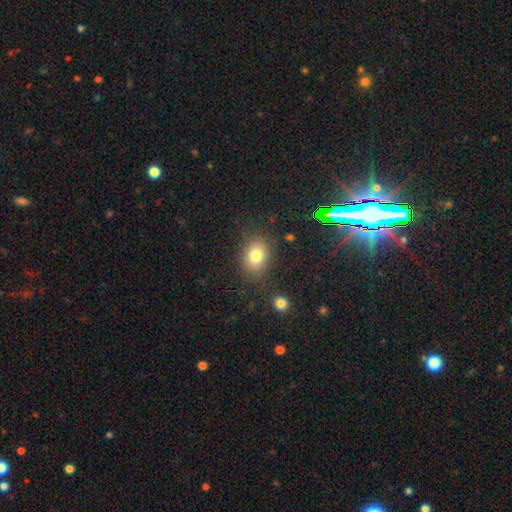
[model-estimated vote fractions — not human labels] Smooth or featured? smooth (79%)
How rounded? in between (57%)
Merging? none (79%)